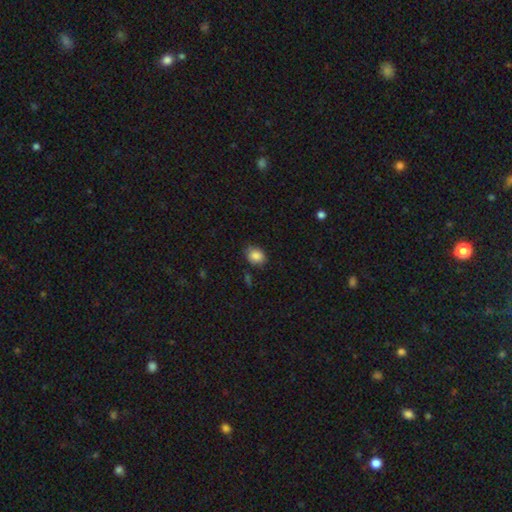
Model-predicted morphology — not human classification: Smooth or featured? smooth (87%)
How rounded? in between (57%)
Merging? none (77%)